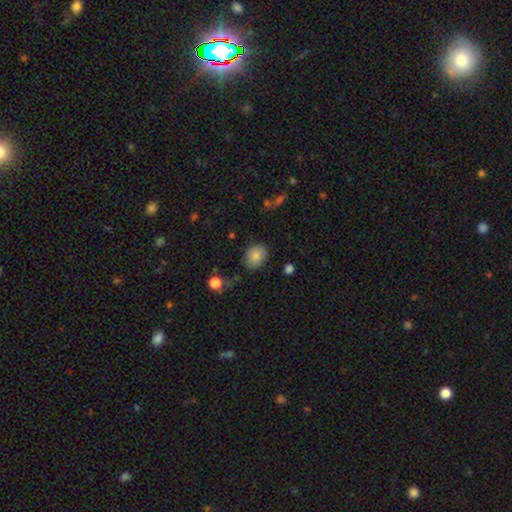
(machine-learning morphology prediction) This is clearly a smooth galaxy (84%). How rounded: possibly in between (51%). Merging: likely none (77%).